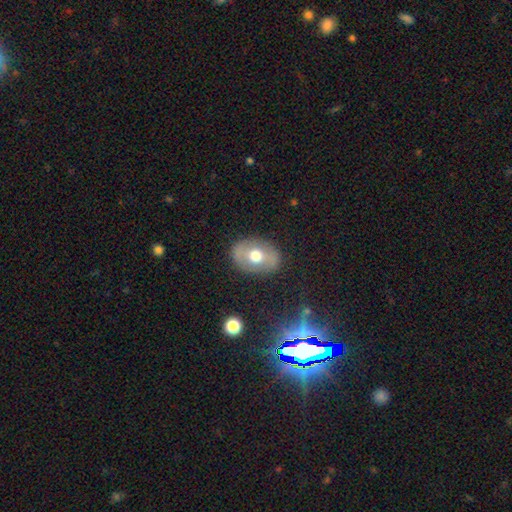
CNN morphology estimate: Q: Smooth or featured?
A: smooth (51%); runner-up: featured or disk (41%)
Q: How rounded?
A: in between (73%); runner-up: round (25%)
Q: Merging?
A: none (83%); runner-up: minor disturbance (12%)